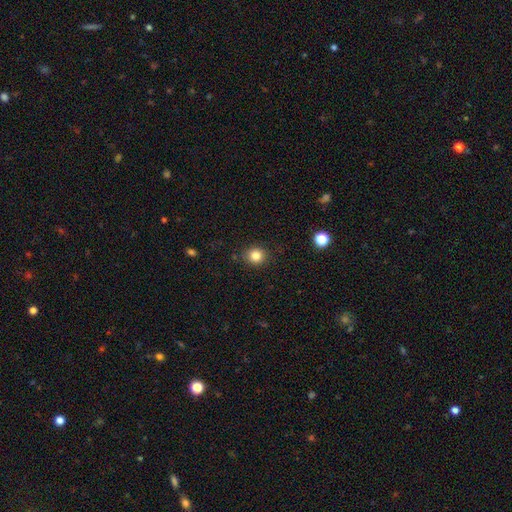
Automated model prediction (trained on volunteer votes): A smooth galaxy with no disk features (83%) that is round (86%).

Vote fractions:
- Smooth or featured? smooth: 83% / star or artifact: 12% / featured or disk: 5%
- How rounded? round: 86% / in between: 13% / cigar-shaped: 1%
- Merging? none: 88% / minor disturbance: 8% / major disturbance: 2% / merger: 2%